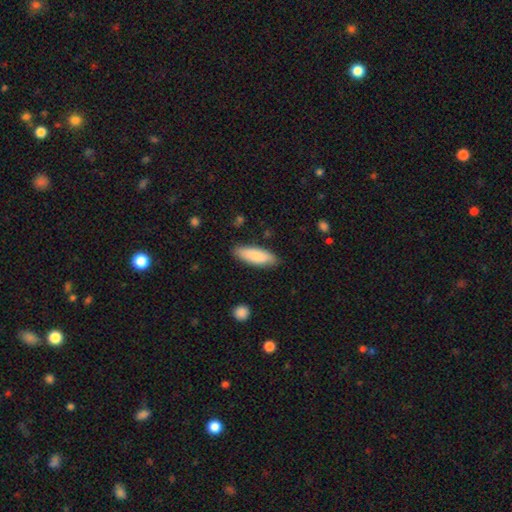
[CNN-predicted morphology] The model was most divided on "how rounded": in between: 61%, cigar-shaped: 37%, round: 2%. More confident: smooth or featured — smooth (85%); merging — none (85%).